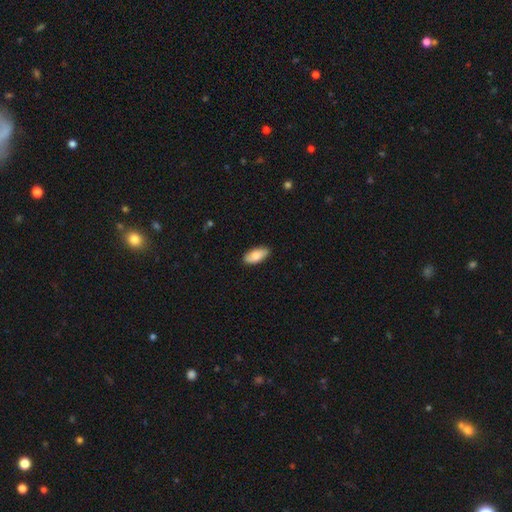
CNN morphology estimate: The model was most divided on "smooth or featured": smooth: 81%, featured or disk: 13%, star or artifact: 6%. More confident: how rounded — in between (90%); merging — none (86%).